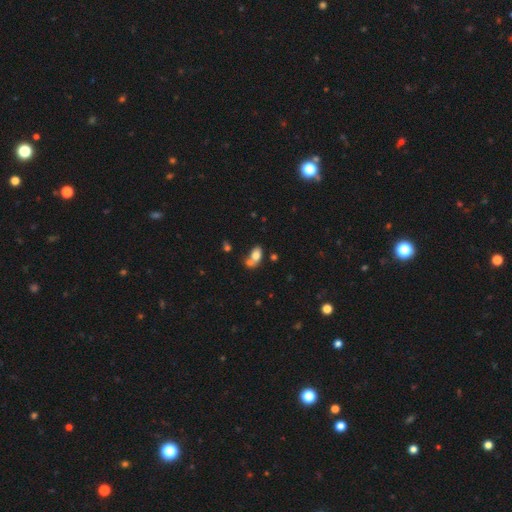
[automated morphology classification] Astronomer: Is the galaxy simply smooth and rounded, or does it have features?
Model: smooth — 76%.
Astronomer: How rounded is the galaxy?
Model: in between — 83%.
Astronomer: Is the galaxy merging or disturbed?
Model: merger — 51% (runner-up: none, 31%).